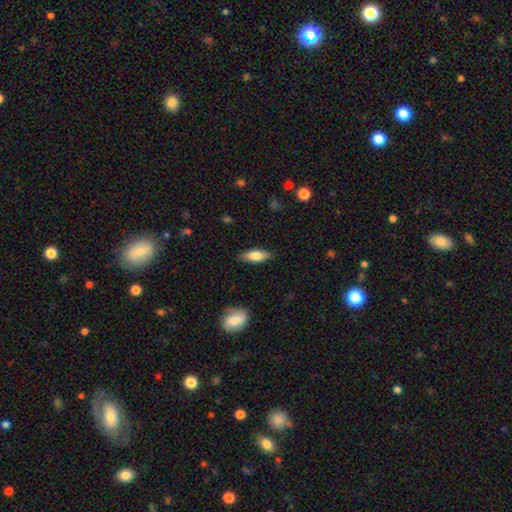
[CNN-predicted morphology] The model was most divided on "how rounded": in between: 68%, cigar-shaped: 30%, round: 2%. More confident: merging — none (83%); smooth or featured — smooth (75%).